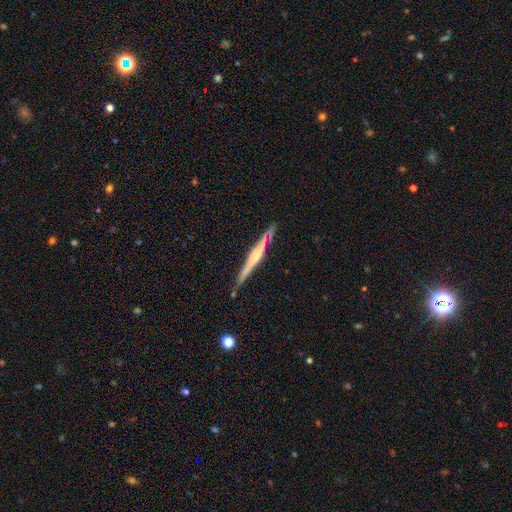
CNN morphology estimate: Smooth or featured: featured or disk — 73% (smooth — 22%)
Edge-on disk: yes — 97% (no — 3%)
Edge-on bulge: rounded — 51% (boxy — 25%)
Merging: none — 84% (minor disturbance — 12%)